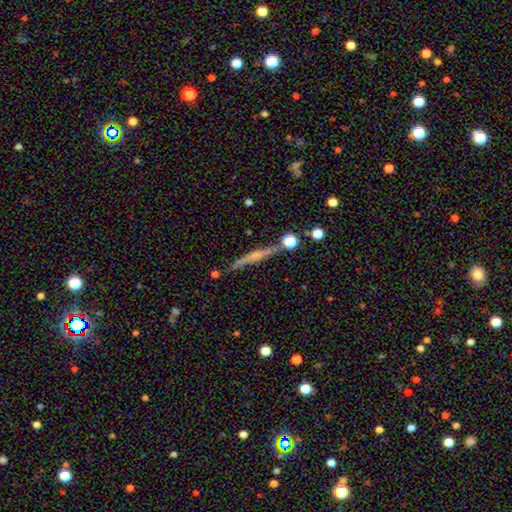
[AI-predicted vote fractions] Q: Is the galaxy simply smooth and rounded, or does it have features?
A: featured or disk — 65%.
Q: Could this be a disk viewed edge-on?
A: yes — 97%.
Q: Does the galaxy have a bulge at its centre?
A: rounded — 56%.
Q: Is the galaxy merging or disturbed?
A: none — 81%.